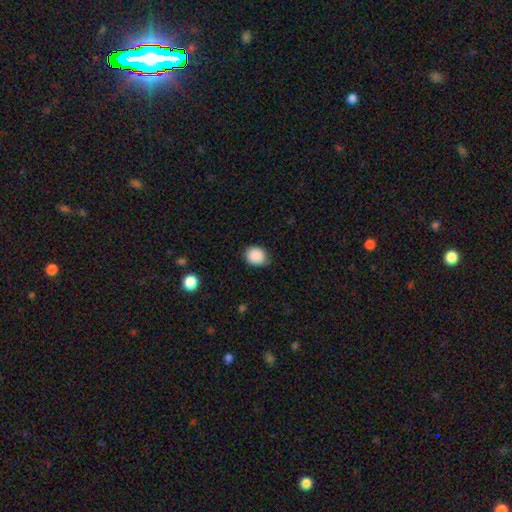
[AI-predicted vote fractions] smooth_or_featured: smooth (p=0.88) [alt: star or artifact p=0.08]
how_rounded: round (p=0.66) [alt: in between p=0.33]
merging: none (p=0.75) [alt: minor disturbance p=0.20]